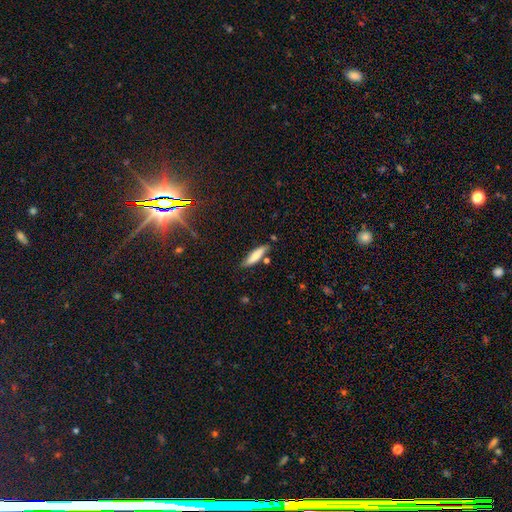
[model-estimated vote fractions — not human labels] This is likely a smooth galaxy (73%). How rounded: likely cigar-shaped (70%). Merging: likely none (76%).